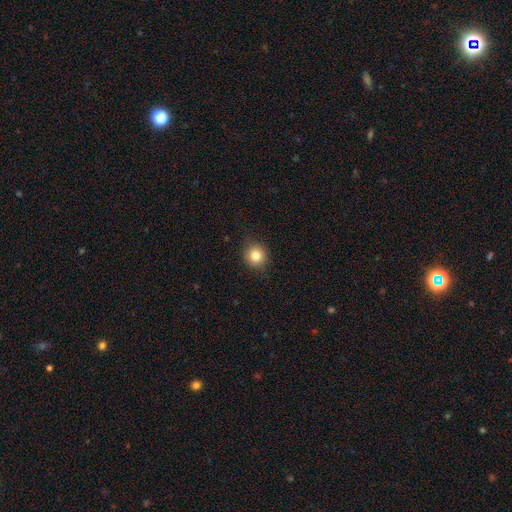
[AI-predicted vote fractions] smooth-or-featured: smooth: 82% | star or artifact: 11% | featured or disk: 7%
  how-rounded: round: 90% | in between: 9% | cigar-shaped: 1%
  merging: none: 87% | minor disturbance: 9% | major disturbance: 2% | merger: 1%